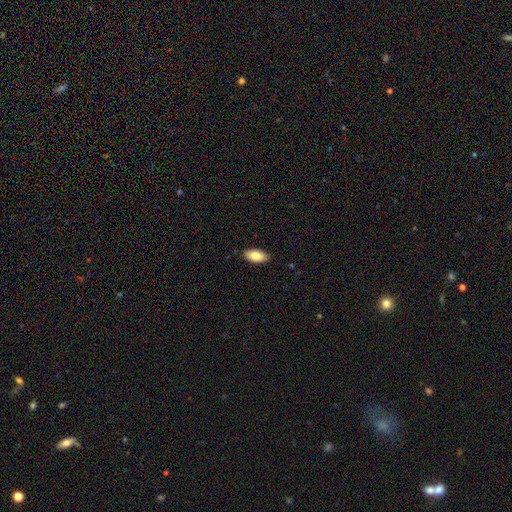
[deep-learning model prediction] Smooth or featured? smooth (84%)
How rounded? in between (92%)
Merging? none (89%)